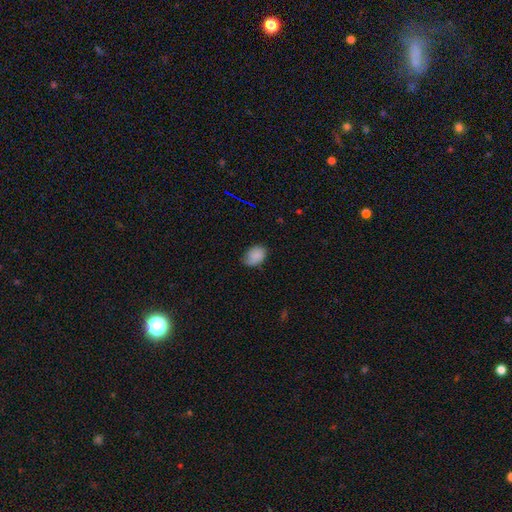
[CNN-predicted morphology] Q: Smooth or featured?
A: smooth (83%); runner-up: star or artifact (9%)
Q: How rounded?
A: in between (78%); runner-up: round (20%)
Q: Merging?
A: none (61%); runner-up: minor disturbance (32%)